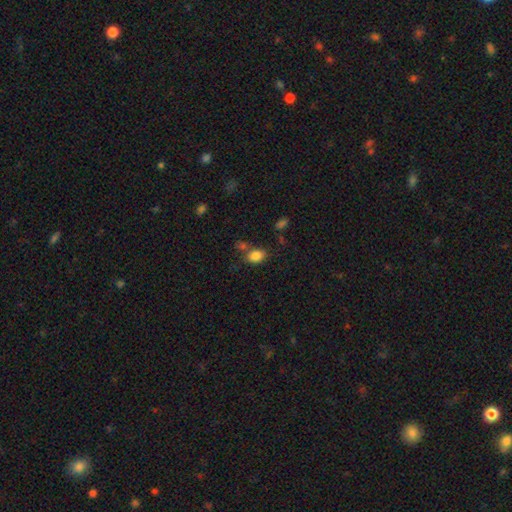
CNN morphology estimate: smooth 84%, star or artifact 10%, featured or disk 6%. Down the decision tree: how rounded — in between (80%); merging — none (66%).